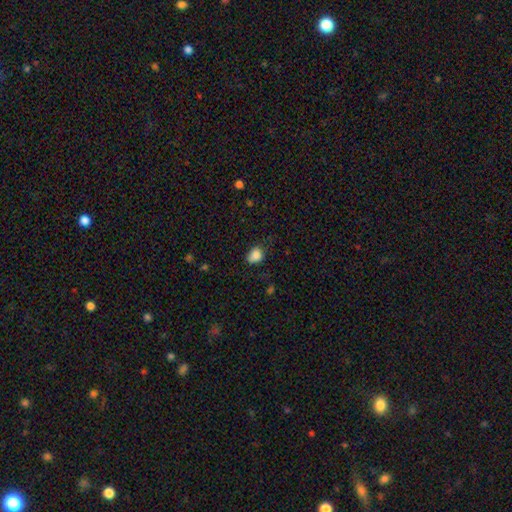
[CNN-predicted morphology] Q: Smooth or featured?
A: smooth (86%); runner-up: star or artifact (10%)
Q: How rounded?
A: in between (53%); runner-up: round (46%)
Q: Merging?
A: none (63%); runner-up: minor disturbance (29%)